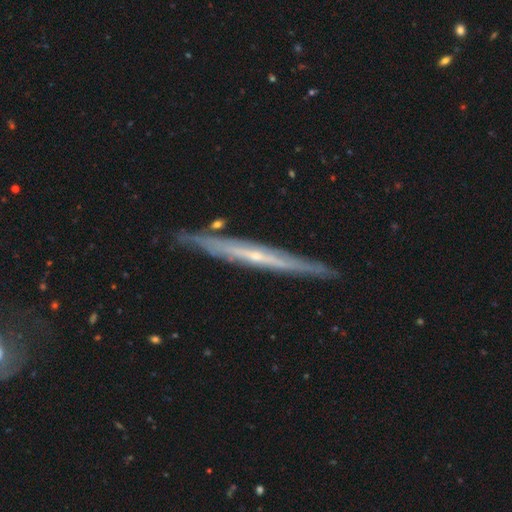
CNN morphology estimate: This appears to be a featured or disk galaxy (77%) viewed edge-on (92%) with no central bulge (55%). Merging: none (86%).